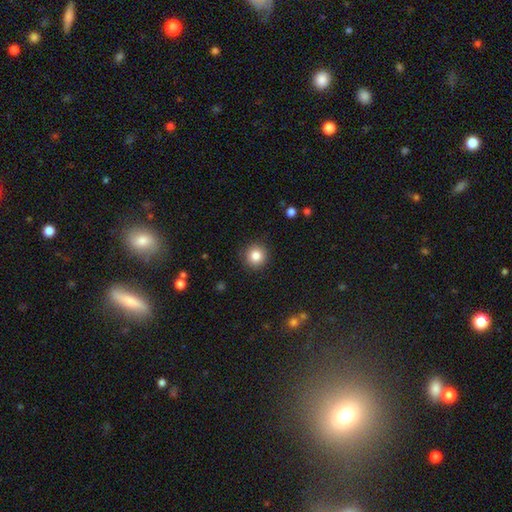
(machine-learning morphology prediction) Overall: smooth (84%). How rounded: round (94%). Merging: none (91%).